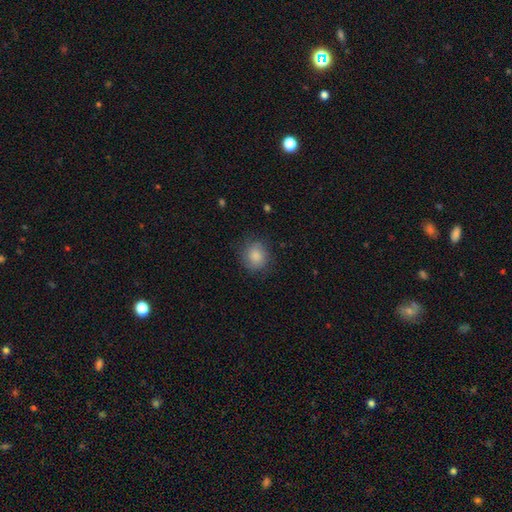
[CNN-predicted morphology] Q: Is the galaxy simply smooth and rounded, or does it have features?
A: smooth — 85%.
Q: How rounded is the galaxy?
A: round — 79%.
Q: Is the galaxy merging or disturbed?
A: none — 80%.